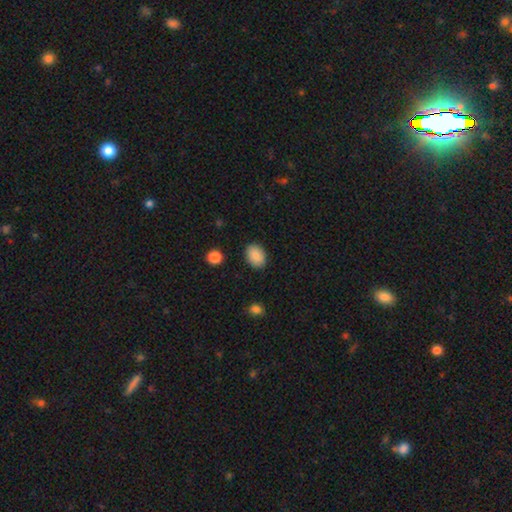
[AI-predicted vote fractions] Morphology: type=smooth (89%); roundness=in between (75%); merging=none (88%).